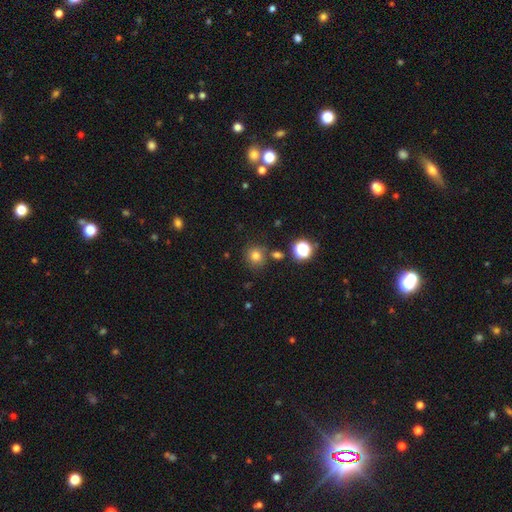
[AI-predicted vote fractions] Morphology: type=smooth (75%); roundness=round (88%); merging=none (77%).